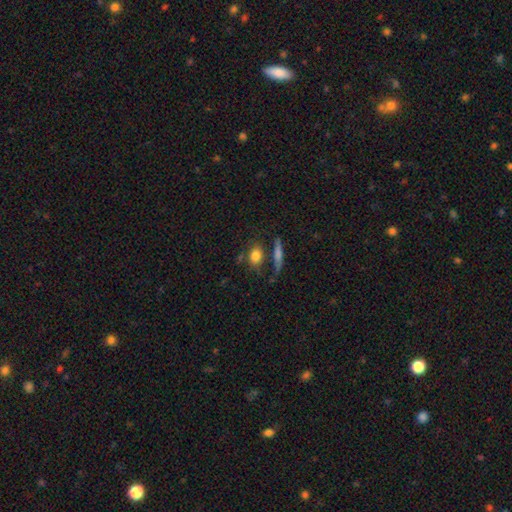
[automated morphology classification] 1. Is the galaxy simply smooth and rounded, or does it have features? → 78% smooth, 13% featured or disk, 10% star or artifact.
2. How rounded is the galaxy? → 58% in between, 35% round, 7% cigar-shaped.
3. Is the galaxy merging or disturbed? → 63% none, 16% minor disturbance, 13% merger, 8% major disturbance.